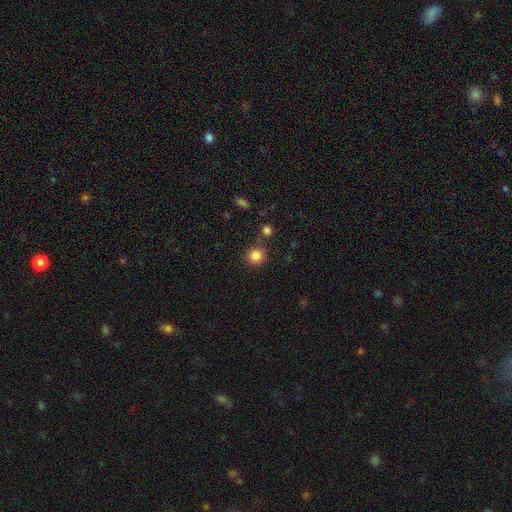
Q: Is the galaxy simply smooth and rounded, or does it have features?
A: smooth — 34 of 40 (85%).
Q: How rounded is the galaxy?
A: round — 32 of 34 (94%).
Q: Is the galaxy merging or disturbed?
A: none — 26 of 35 (74%).